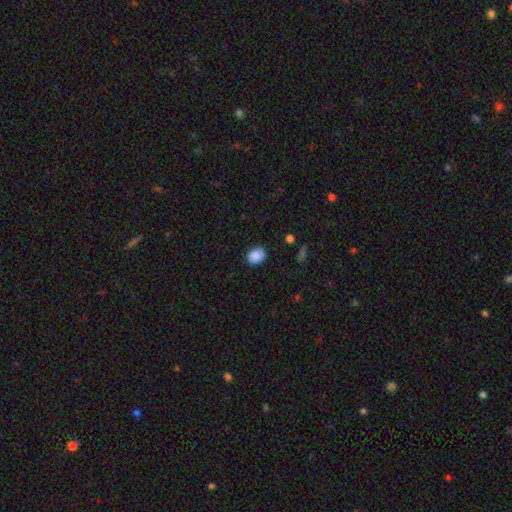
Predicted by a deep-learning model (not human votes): Overall: smooth (88%). How rounded: in between (55%; round 44%). Merging: none (83%).